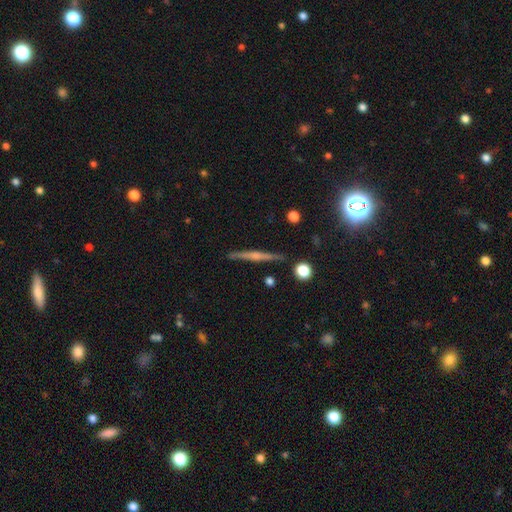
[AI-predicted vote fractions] A featured or disk galaxy (67%) viewed edge-on (98%) with a rounded central bulge (62%). Merging: none (90%).